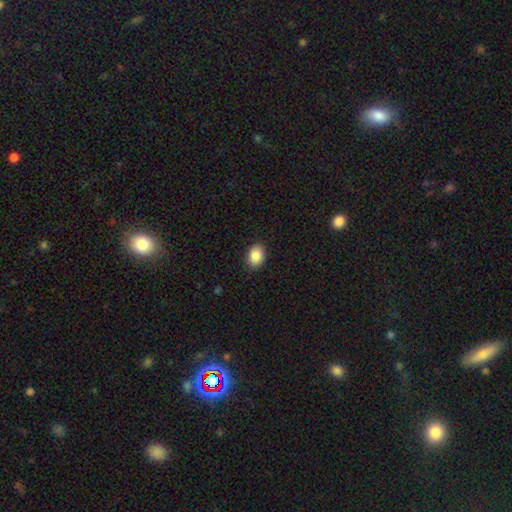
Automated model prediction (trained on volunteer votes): Smooth or featured: smooth — 88% (star or artifact — 8%)
How rounded: in between — 76% (round — 23%)
Merging: none — 89% (minor disturbance — 9%)